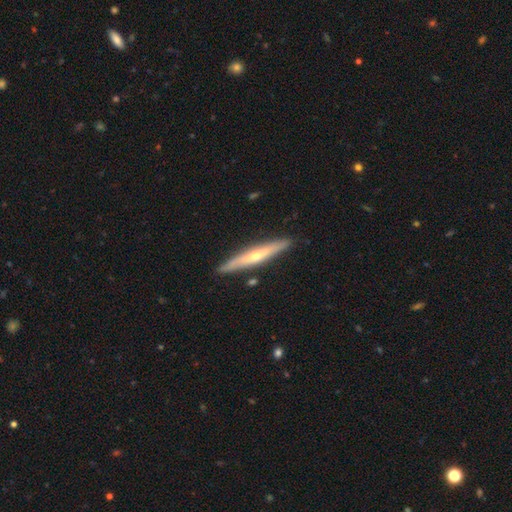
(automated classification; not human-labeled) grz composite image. It shows a featured or disk galaxy (62%) viewed edge-on (94%) with a rounded central bulge (79%). Merging: none (88%).